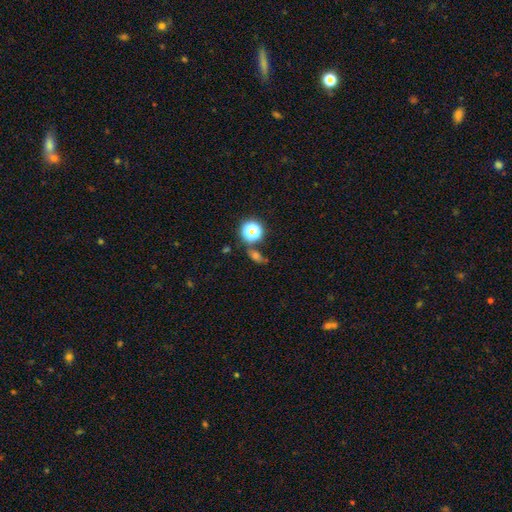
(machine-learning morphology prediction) type=star or artifact (45%).